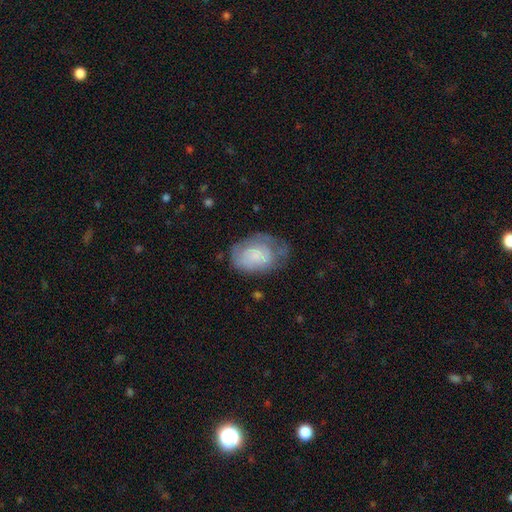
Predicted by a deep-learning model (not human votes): smooth_or_featured: smooth (p=0.54) [alt: featured or disk p=0.38]
how_rounded: in between (p=0.77) [alt: round p=0.22]
merging: none (p=0.44) [alt: minor disturbance p=0.33]